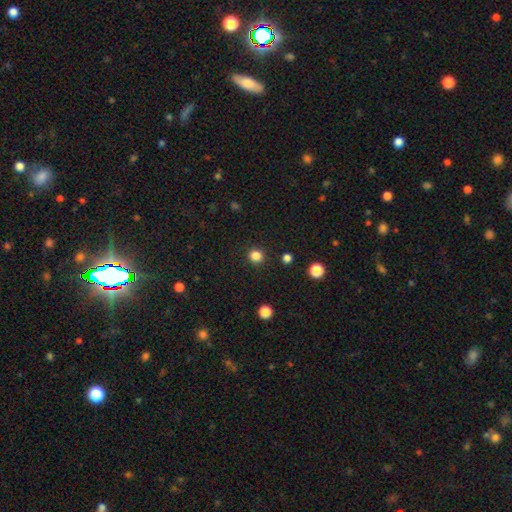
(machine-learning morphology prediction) smooth-or-featured: smooth: 85% | star or artifact: 12% | featured or disk: 3%
  how-rounded: round: 90% | in between: 9% | cigar-shaped: 1%
  merging: none: 91% | minor disturbance: 5% | major disturbance: 2% | merger: 1%